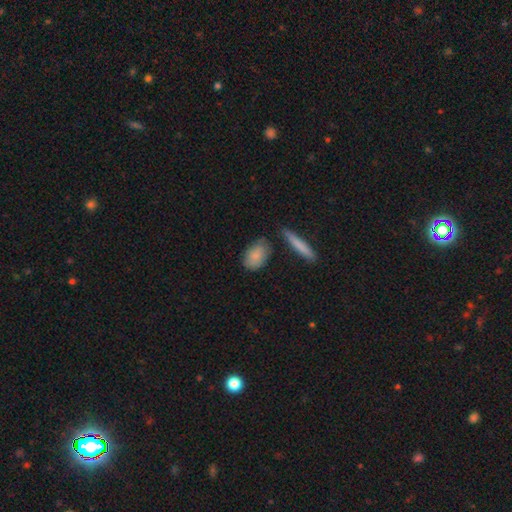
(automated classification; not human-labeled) This is clearly a smooth galaxy (83%). How rounded: clearly in between (86%). Merging: likely none (69%).